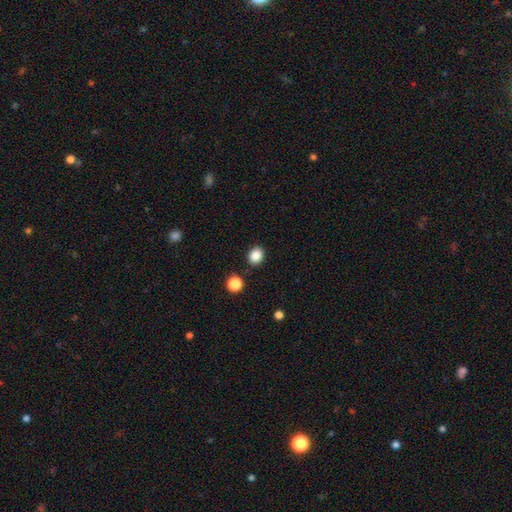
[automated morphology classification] Smooth or featured: smooth — 86% (star or artifact — 10%)
How rounded: round — 61% (in between — 38%)
Merging: none — 88% (minor disturbance — 7%)